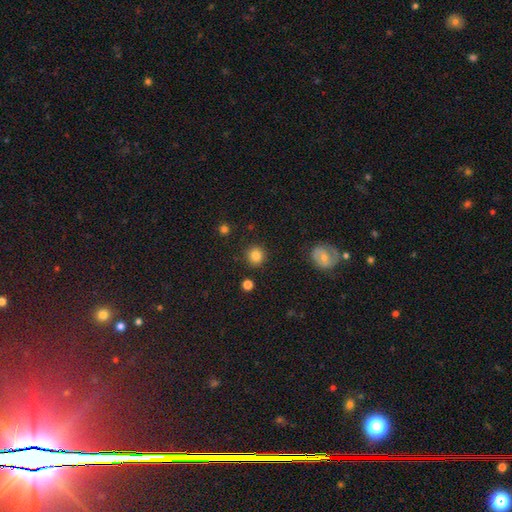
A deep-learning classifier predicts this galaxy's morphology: Smooth or featured?
  - smooth: 83% *
  - star or artifact: 11%
  - featured or disk: 6%
How rounded?
  - round: 92% *
  - in between: 7%
  - cigar-shaped: 1%
Merging?
  - none: 90% *
  - minor disturbance: 6%
  - major disturbance: 2%
  - merger: 2%